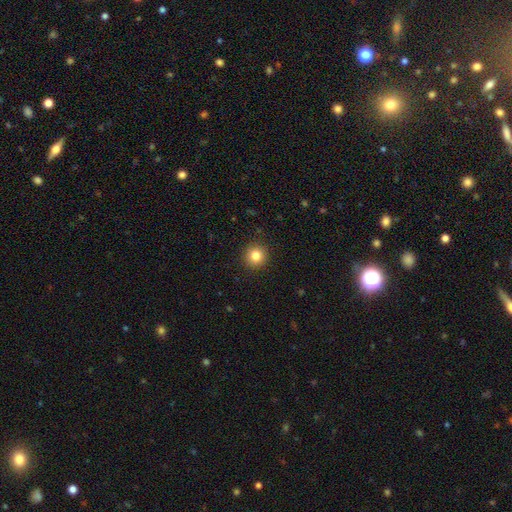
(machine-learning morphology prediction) type=smooth (83%); roundness=round (94%); merging=none (92%).